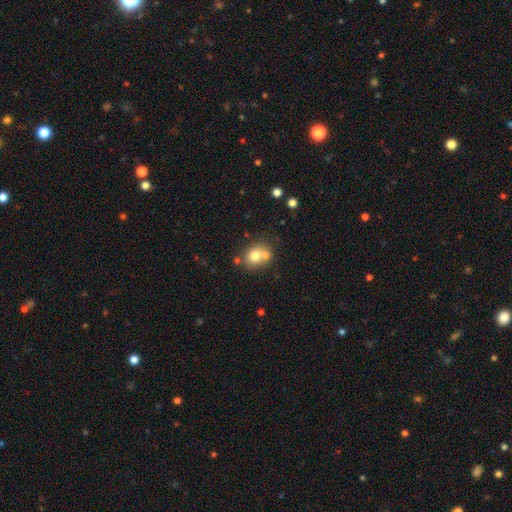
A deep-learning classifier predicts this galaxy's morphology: Q: Smooth or featured?
A: smooth (74%); runner-up: featured or disk (15%)
Q: How rounded?
A: round (63%); runner-up: in between (36%)
Q: Merging?
A: none (46%); runner-up: merger (37%)